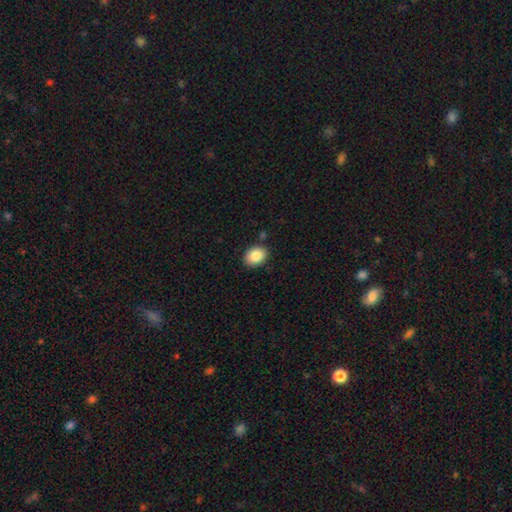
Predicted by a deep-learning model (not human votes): Smooth or featured: smooth — 87% (star or artifact — 8%)
How rounded: in between — 62% (round — 37%)
Merging: none — 86% (minor disturbance — 9%)